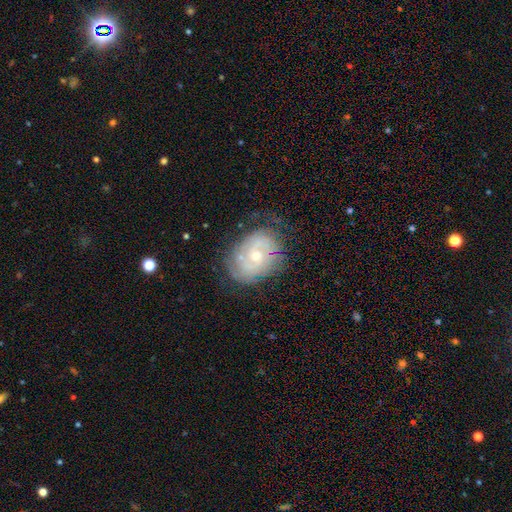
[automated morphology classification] This appears to be a featured or disk galaxy (64%) with no bar (78%), spiral arms (71%) and a small central bulge (50%). Merging: none (62%).